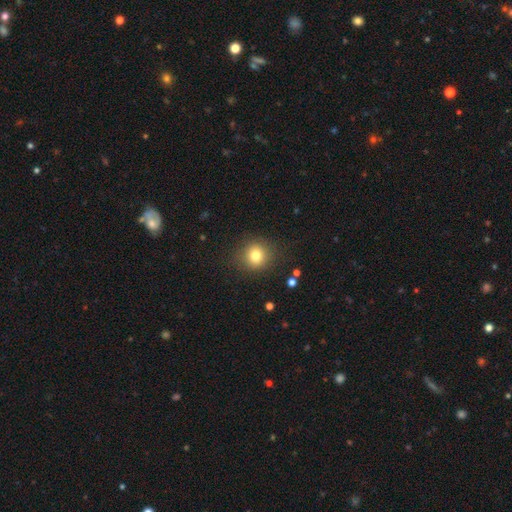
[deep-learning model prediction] This is likely a smooth galaxy (80%). How rounded: clearly round (86%). Merging: clearly none (86%).